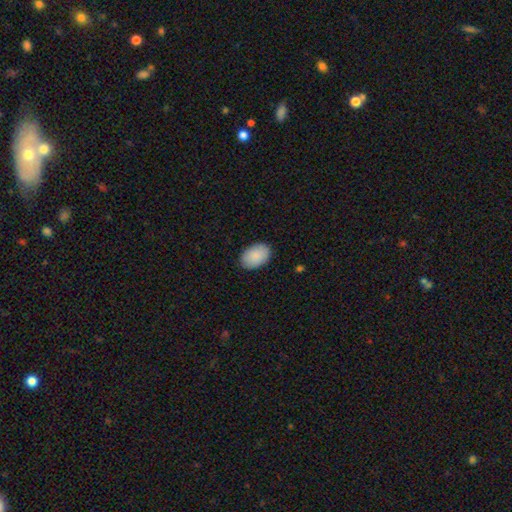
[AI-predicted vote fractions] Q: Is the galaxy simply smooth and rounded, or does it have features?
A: smooth — 90%.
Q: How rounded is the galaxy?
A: in between — 90%.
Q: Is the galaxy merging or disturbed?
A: none — 88%.